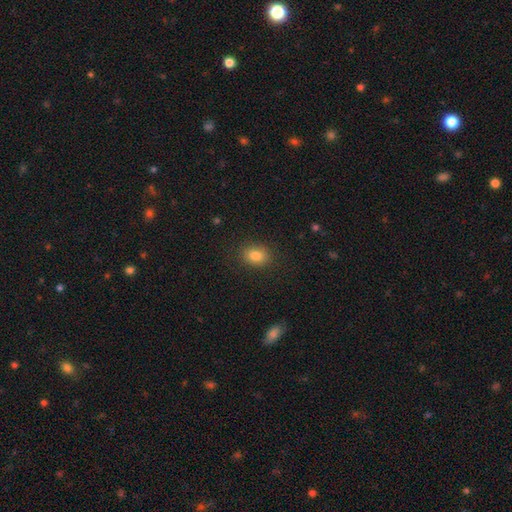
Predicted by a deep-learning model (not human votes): Overall: smooth (84%). How rounded: in between (64%; round 35%). Merging: none (86%).